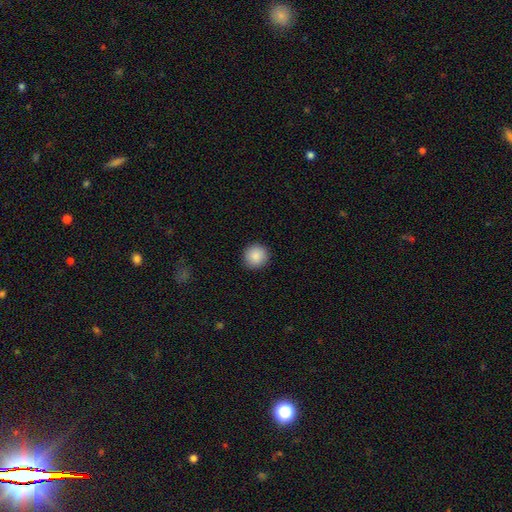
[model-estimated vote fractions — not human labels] This is clearly a smooth galaxy (88%). How rounded: clearly round (94%). Merging: clearly none (92%).